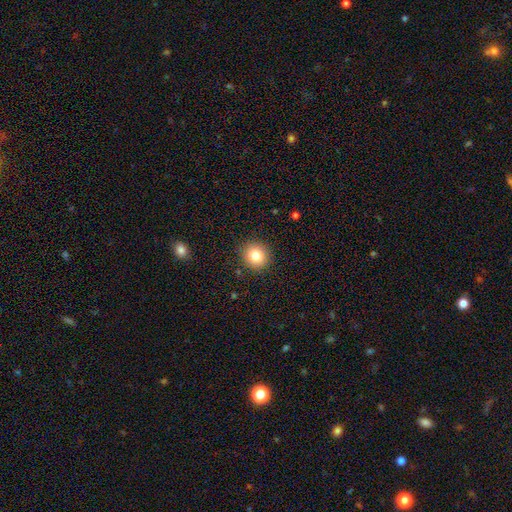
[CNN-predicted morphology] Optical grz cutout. It shows a smooth galaxy with no disk features (82%) that is round (88%). Merging: none (90%).